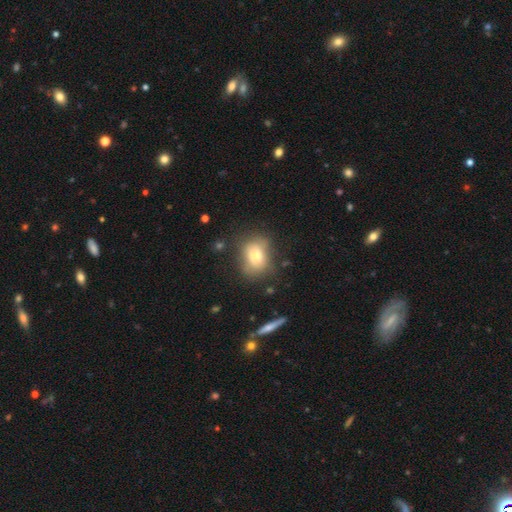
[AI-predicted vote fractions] smooth-or-featured: smooth: 69% | featured or disk: 23% | star or artifact: 9%
  how-rounded: in between: 69% | round: 29% | cigar-shaped: 2%
  merging: none: 59% | minor disturbance: 25% | major disturbance: 12% | merger: 4%